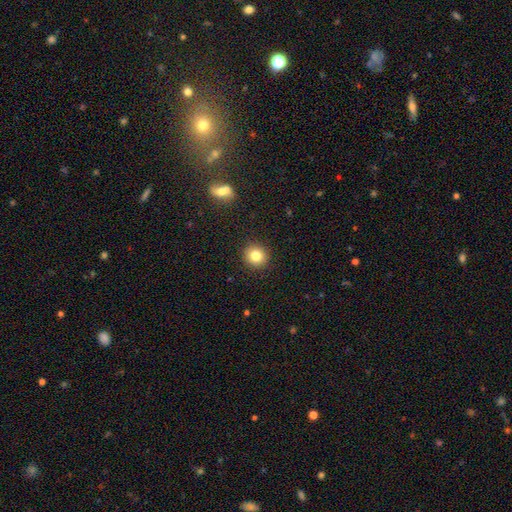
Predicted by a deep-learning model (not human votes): The model was most divided on "smooth or featured": smooth: 82%, star or artifact: 11%, featured or disk: 7%. More confident: merging — none (91%); how rounded — round (91%).